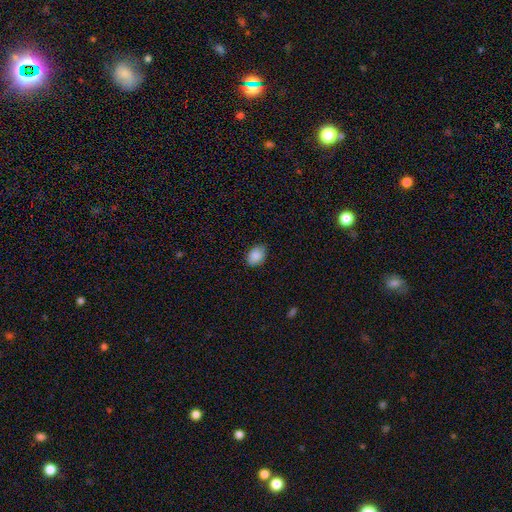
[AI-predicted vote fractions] smooth_or_featured: smooth (p=0.88) [alt: star or artifact p=0.08]
how_rounded: in between (p=0.73) [alt: round p=0.26]
merging: none (p=0.80) [alt: minor disturbance p=0.16]